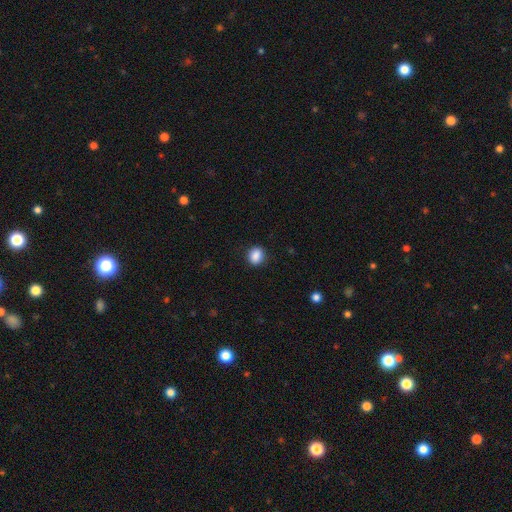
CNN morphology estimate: A smooth galaxy with no disk features (88%) that is round (62%).

Vote fractions:
- Smooth or featured? smooth: 88% / star or artifact: 9% / featured or disk: 3%
- How rounded? round: 62% / in between: 37% / cigar-shaped: 1%
- Merging? none: 89% / minor disturbance: 8% / major disturbance: 2% / merger: 1%